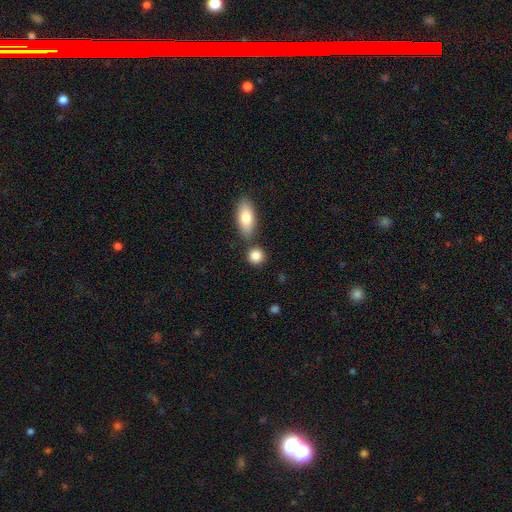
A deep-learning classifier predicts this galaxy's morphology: Smooth or featured?
  - smooth: 85% *
  - star or artifact: 8%
  - featured or disk: 7%
How rounded?
  - round: 78% *
  - in between: 19%
  - cigar-shaped: 2%
Merging?
  - none: 74% *
  - merger: 14%
  - minor disturbance: 9%
  - major disturbance: 3%